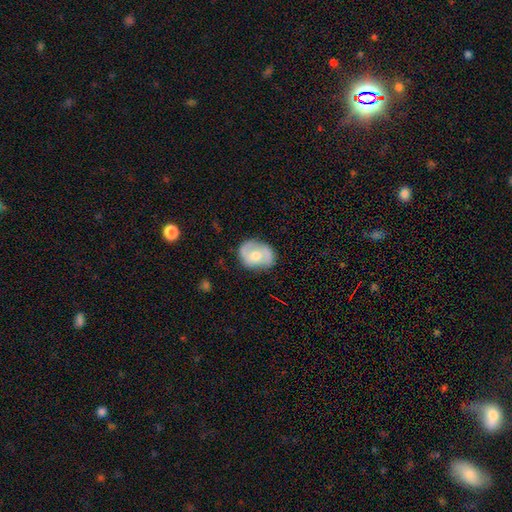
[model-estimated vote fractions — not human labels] featured or disk 59%, smooth 35%, star or artifact 6%. Down the decision tree: edge-on disk — no (96%); bar — no (58%); spiral arms — yes (76%); bulge size — moderate (71%); merging — none (75%).